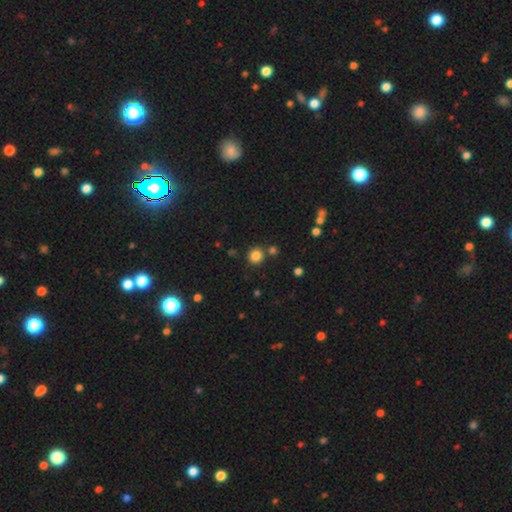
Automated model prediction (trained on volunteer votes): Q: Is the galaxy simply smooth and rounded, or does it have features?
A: smooth — 83%.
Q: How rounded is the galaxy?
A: round — 91%.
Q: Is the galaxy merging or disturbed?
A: none — 81%.